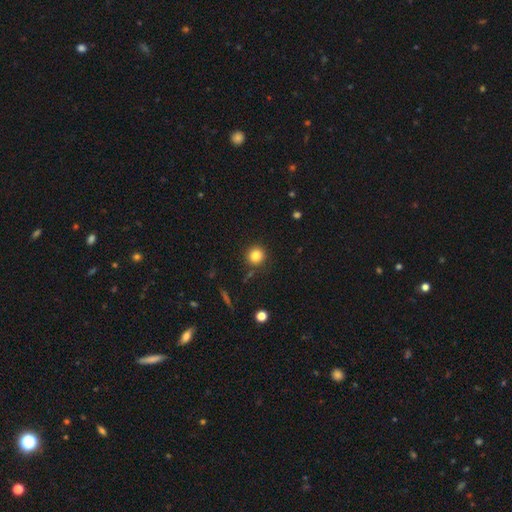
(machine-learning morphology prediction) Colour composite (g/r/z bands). It shows a smooth galaxy with no disk features (82%) that is round (93%). Merging: none (89%).